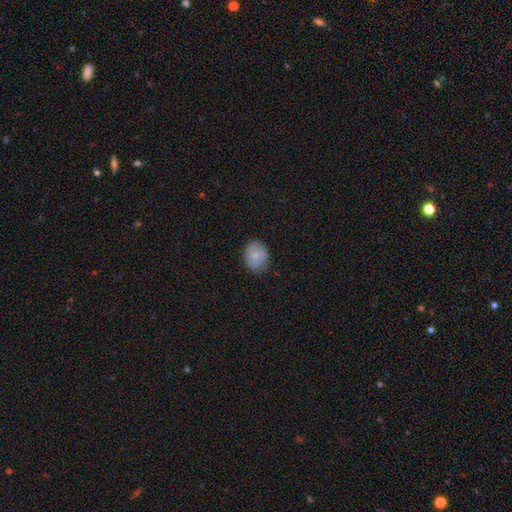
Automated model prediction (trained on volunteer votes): Q: Smooth or featured?
A: smooth (74%); runner-up: featured or disk (18%)
Q: How rounded?
A: in between (51%); runner-up: round (48%)
Q: Merging?
A: none (79%); runner-up: minor disturbance (17%)